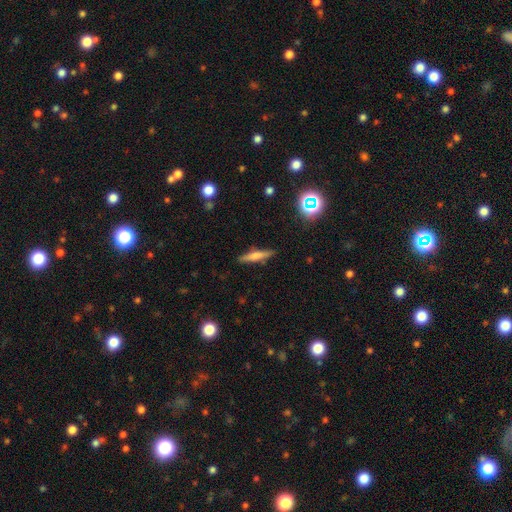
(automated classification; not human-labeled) The model was most divided on "smooth or featured": smooth: 55%, featured or disk: 36%, star or artifact: 9%. More confident: merging — none (87%); how rounded — cigar-shaped (86%).